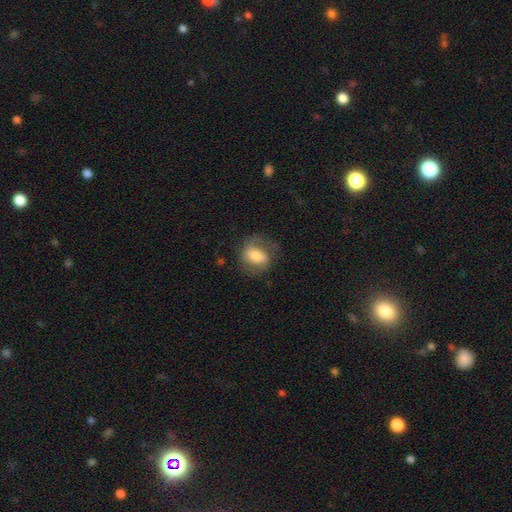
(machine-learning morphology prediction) This appears to be a smooth galaxy with no disk features (53%) that is in between round and cigar-shaped (64%). Merging: none (66%).